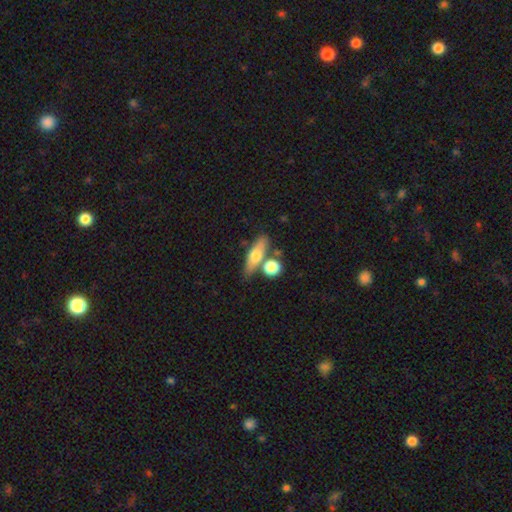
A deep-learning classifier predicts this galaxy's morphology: smooth 59%, featured or disk 34%, star or artifact 7%. Down the decision tree: how rounded — in between (45%); merging — none (63%).